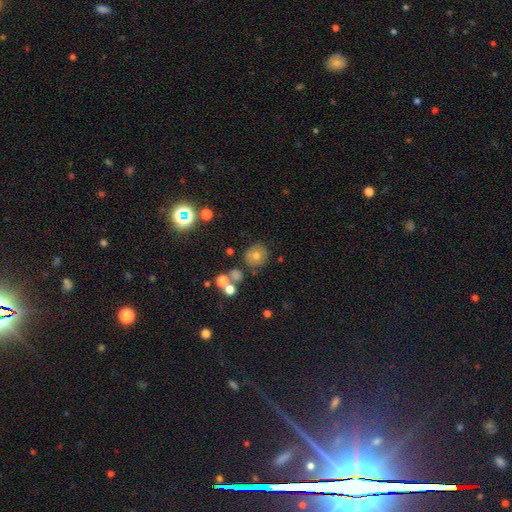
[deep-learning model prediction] Smooth or featured?
  - smooth: 57% *
  - star or artifact: 23%
  - featured or disk: 20%
How rounded?
  - round: 86% *
  - in between: 13%
  - cigar-shaped: 1%
Merging?
  - none: 77% *
  - minor disturbance: 12%
  - merger: 6%
  - major disturbance: 5%